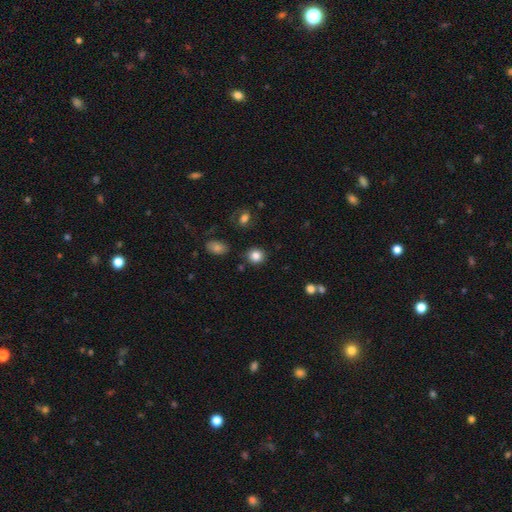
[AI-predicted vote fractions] smooth 84%, star or artifact 10%, featured or disk 6%. Down the decision tree: how rounded — round (85%); merging — none (86%).